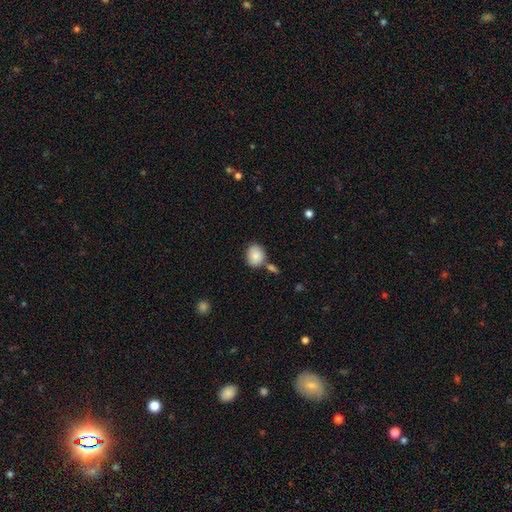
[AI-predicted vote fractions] A smooth galaxy with no disk features (85%) that is round (55%).

Vote fractions:
- Smooth or featured? smooth: 85% / star or artifact: 8% / featured or disk: 7%
- How rounded? round: 55% / in between: 44% / cigar-shaped: 1%
- Merging? none: 63% / merger: 17% / minor disturbance: 16% / major disturbance: 4%